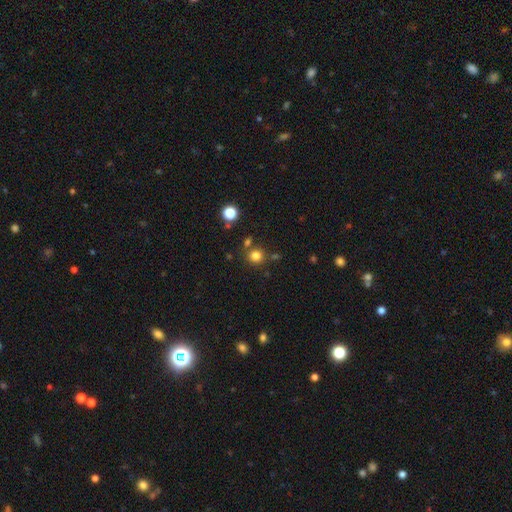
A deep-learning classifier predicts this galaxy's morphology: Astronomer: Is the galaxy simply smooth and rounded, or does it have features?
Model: smooth — 80%.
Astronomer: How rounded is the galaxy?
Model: round — 89%.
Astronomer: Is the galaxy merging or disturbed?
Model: none — 77%.